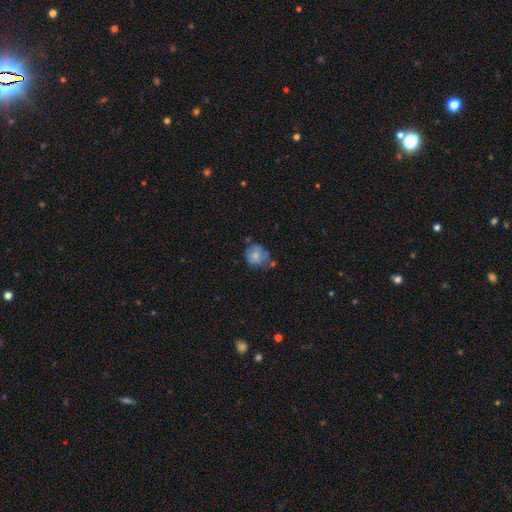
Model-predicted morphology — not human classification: smooth_or_featured: smooth (p=0.73) [alt: featured or disk p=0.18]
how_rounded: round (p=0.76) [alt: in between p=0.24]
merging: none (p=0.51) [alt: minor disturbance p=0.28]